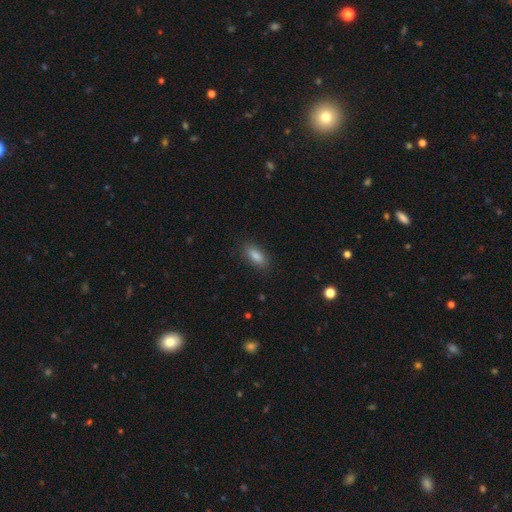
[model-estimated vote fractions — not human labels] Q: Smooth or featured?
A: smooth (83%); runner-up: star or artifact (8%)
Q: How rounded?
A: in between (74%); runner-up: cigar-shaped (23%)
Q: Merging?
A: none (86%); runner-up: minor disturbance (10%)